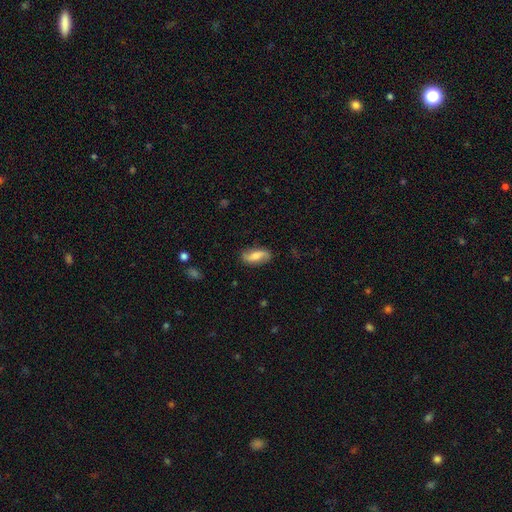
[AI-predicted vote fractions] Overall: featured or disk (52%; smooth 41%). Edge-on disk: no (88%). Merging: none (82%).